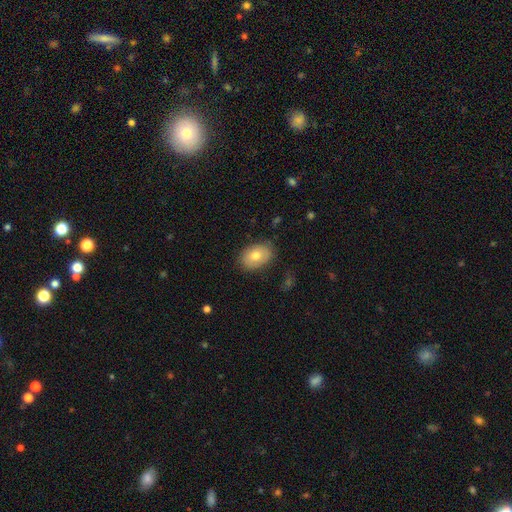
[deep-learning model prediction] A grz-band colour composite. It shows a smooth galaxy with no disk features (73%) that is in between round and cigar-shaped (81%). Merging: none (81%).